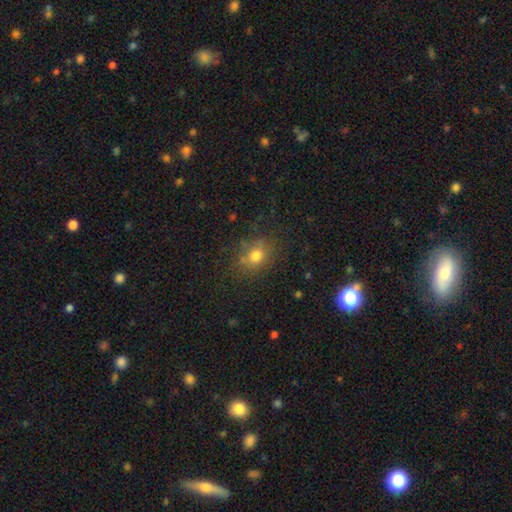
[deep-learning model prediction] The model was most divided on "how rounded": round: 54%, in between: 44%, cigar-shaped: 1%. More confident: merging — none (73%); smooth or featured — smooth (72%).